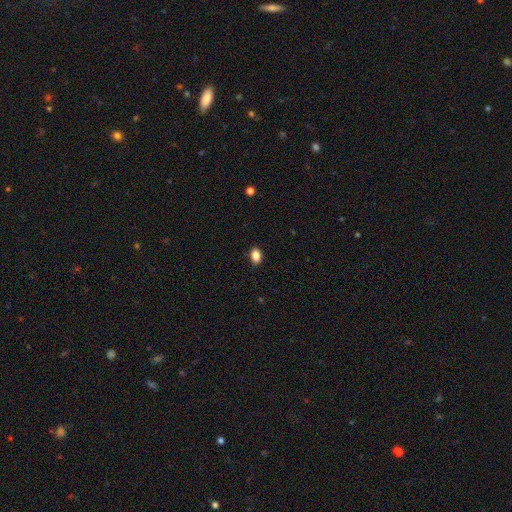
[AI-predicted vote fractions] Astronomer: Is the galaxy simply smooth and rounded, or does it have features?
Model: smooth — 86%.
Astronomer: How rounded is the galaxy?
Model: in between — 85%.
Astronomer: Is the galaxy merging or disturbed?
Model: none — 88%.